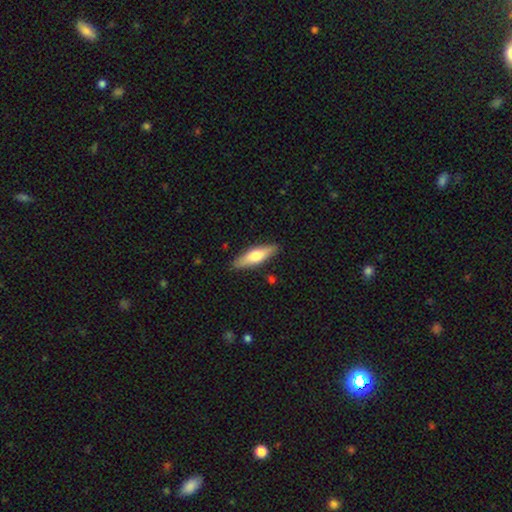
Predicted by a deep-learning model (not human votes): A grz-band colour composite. It shows a smooth galaxy with no disk features (58%) that is cigar-shaped (58%). Merging: none (87%).